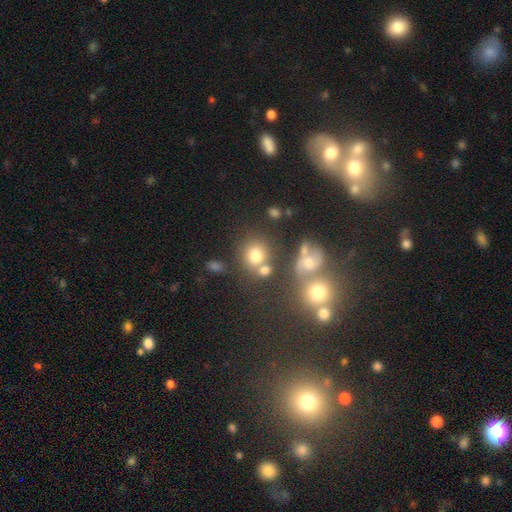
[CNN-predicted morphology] This appears to be a smooth galaxy with no disk features (72%) that is round (75%). Merging: none (50%).